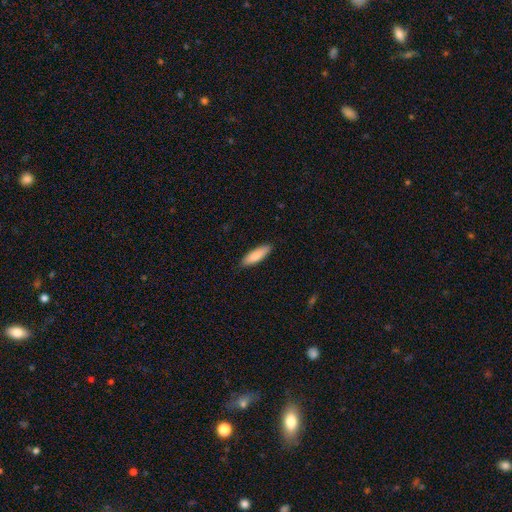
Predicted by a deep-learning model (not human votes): This is clearly a smooth galaxy (85%). How rounded: possibly cigar-shaped (54%). Merging: clearly none (88%).